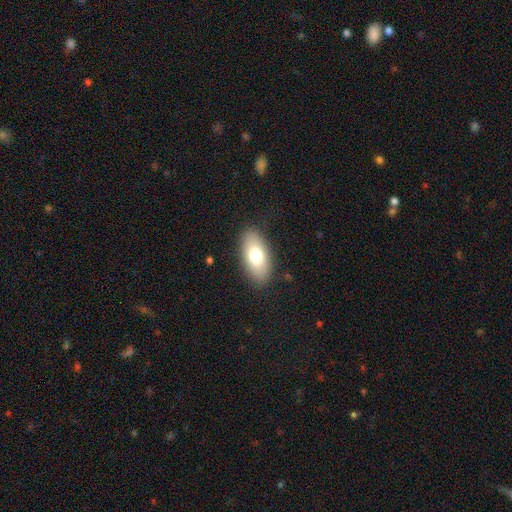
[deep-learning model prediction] A smooth galaxy with no disk features (74%) that is in between round and cigar-shaped (91%). Merging: none (86%).